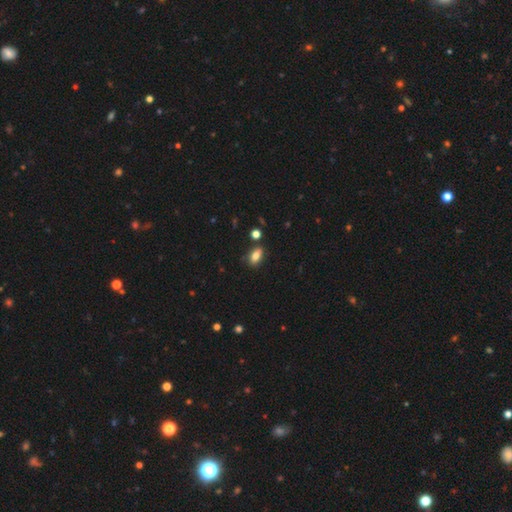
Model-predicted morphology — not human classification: smooth_or_featured: smooth (p=0.81) [alt: star or artifact p=0.09]
how_rounded: in between (p=0.86) [alt: round p=0.09]
merging: none (p=0.77) [alt: minor disturbance p=0.15]